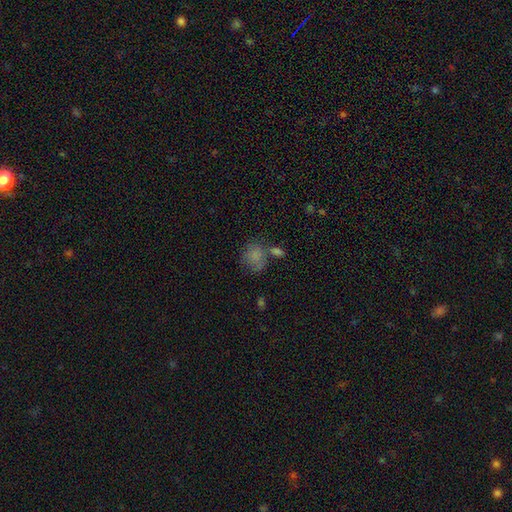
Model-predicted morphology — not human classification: smooth 76%, featured or disk 12%, star or artifact 12%. Down the decision tree: how rounded — round (56%); merging — none (44%).